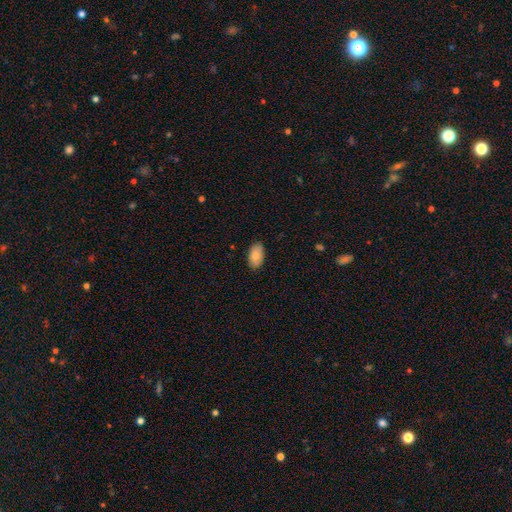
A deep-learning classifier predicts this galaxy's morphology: Smooth or featured?
  - smooth: 87% *
  - featured or disk: 7%
  - star or artifact: 6%
How rounded?
  - in between: 95% *
  - round: 4%
  - cigar-shaped: 2%
Merging?
  - none: 86% *
  - minor disturbance: 11%
  - major disturbance: 2%
  - merger: 1%